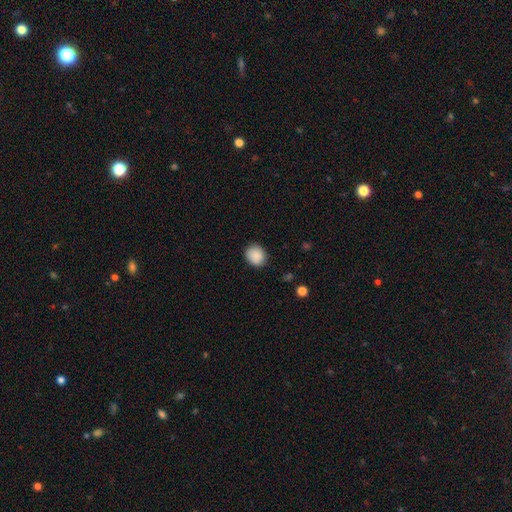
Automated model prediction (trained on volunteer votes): This appears to be a smooth galaxy with no disk features (88%) that is round (70%). Merging: none (84%).